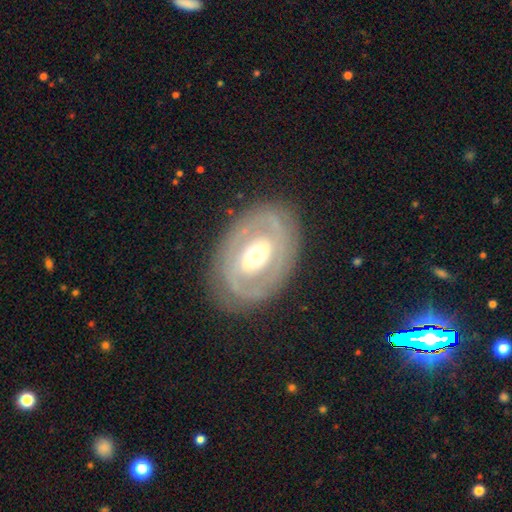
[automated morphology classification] The model was most divided on "bar": no: 44%, weak: 33%, strong: 24%. More confident: edge-on disk — no (94%); merging — none (79%); smooth or featured — featured or disk (72%); bulge size — moderate (64%); spiral arms — no (59%).